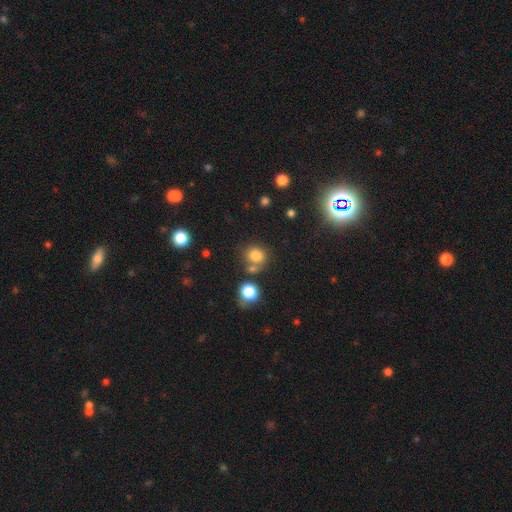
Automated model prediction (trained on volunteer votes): This is likely a smooth galaxy (78%). How rounded: clearly round (81%). Merging: likely none (61%).